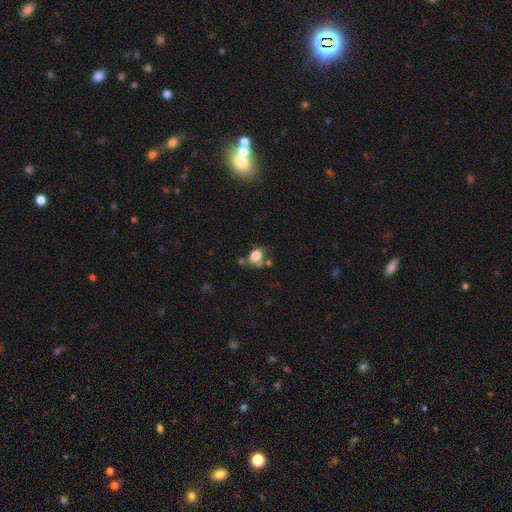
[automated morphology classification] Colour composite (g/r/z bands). It shows a smooth galaxy with no disk features (78%) that is in between round and cigar-shaped (58%). Merging: none (51%).